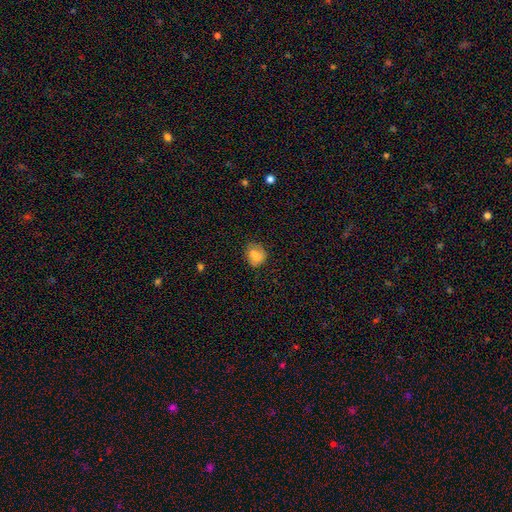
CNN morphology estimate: smooth 73%, featured or disk 17%, star or artifact 11%. Down the decision tree: how rounded — round (65%); merging — none (51%).